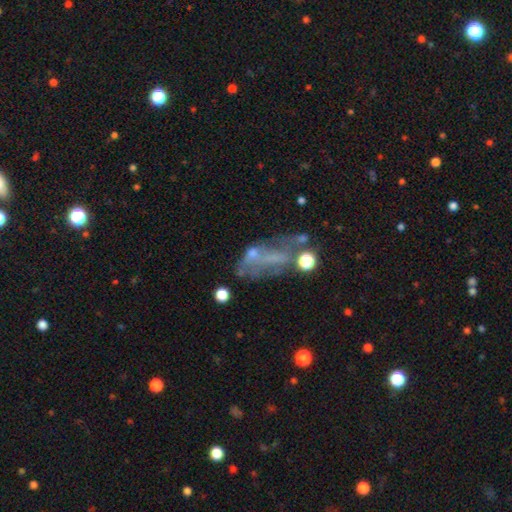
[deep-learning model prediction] Smooth or featured?
  - featured or disk: 47% *
  - smooth: 34%
  - star or artifact: 19%
Merging?
  - major disturbance: 35% *
  - none: 29%
  - minor disturbance: 19%
  - merger: 18%